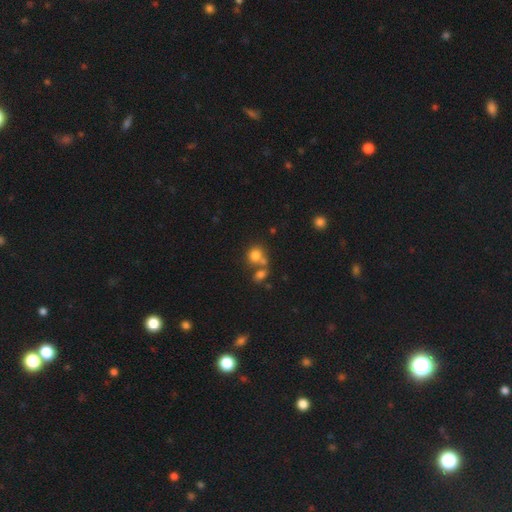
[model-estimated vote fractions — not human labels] A smooth galaxy with no disk features (76%) that is round (76%). Merging: none (47%).